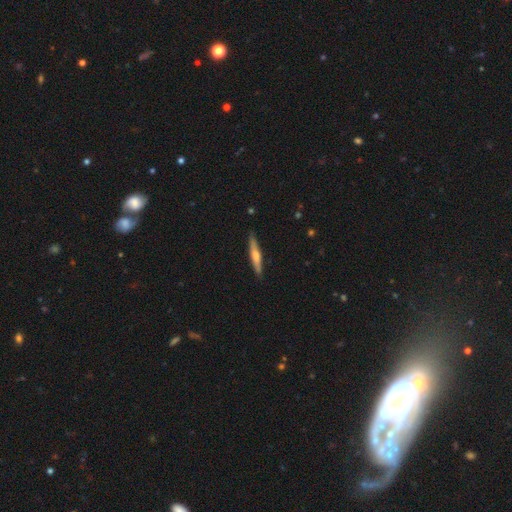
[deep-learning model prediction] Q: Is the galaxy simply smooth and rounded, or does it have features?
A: featured or disk — 48%.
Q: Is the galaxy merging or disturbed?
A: none — 89%.